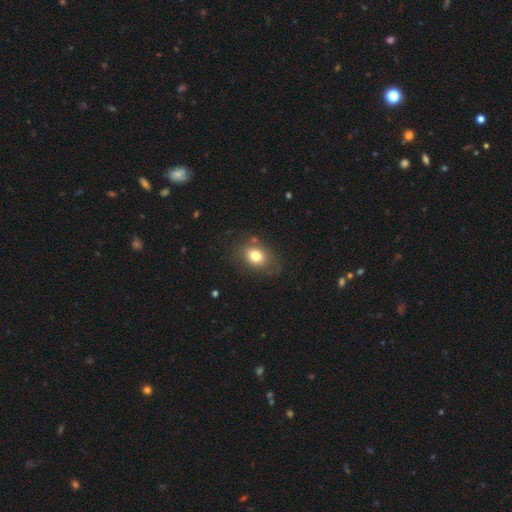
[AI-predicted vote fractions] A smooth galaxy with no disk features (76%) that is in between round and cigar-shaped (60%).

Vote fractions:
- Smooth or featured? smooth: 76% / featured or disk: 14% / star or artifact: 11%
- How rounded? in between: 60% / round: 39% / cigar-shaped: 1%
- Merging? none: 75% / minor disturbance: 16% / major disturbance: 6% / merger: 3%